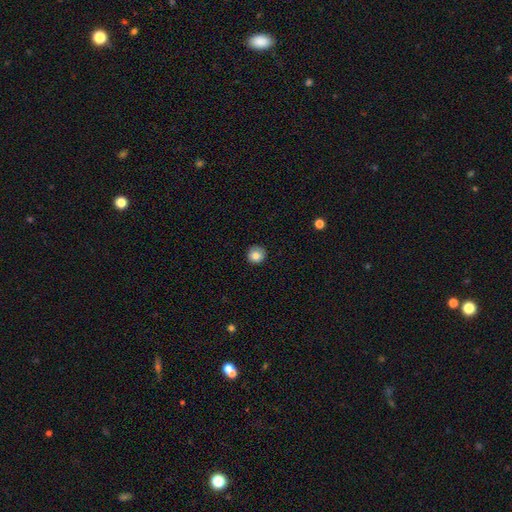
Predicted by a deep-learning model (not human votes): Smooth or featured? smooth (83%)
How rounded? round (95%)
Merging? none (90%)